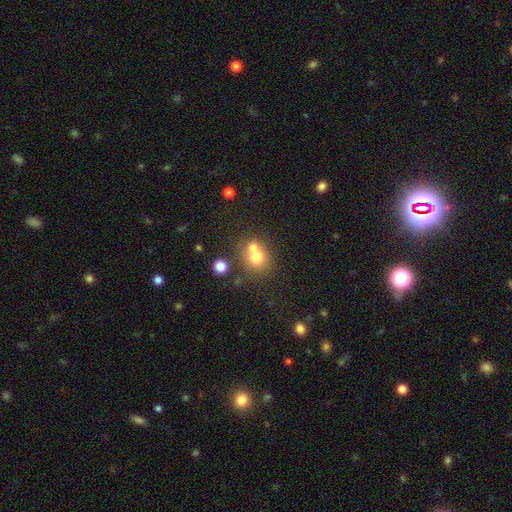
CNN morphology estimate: Smooth or featured: smooth — 69% (featured or disk — 17%)
How rounded: round — 74% (in between — 25%)
Merging: merger — 48% (none — 40%)